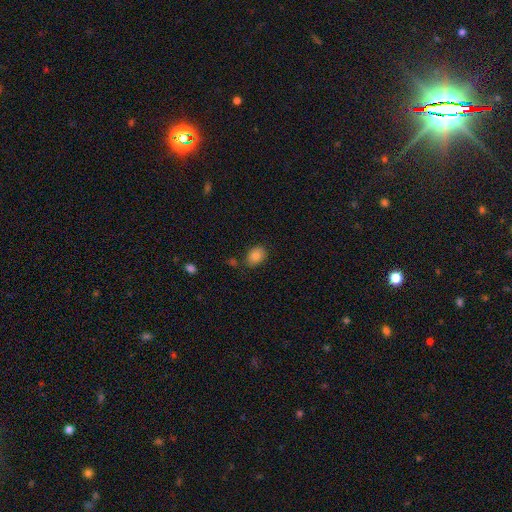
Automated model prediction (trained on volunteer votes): Overall: smooth (83%). How rounded: in between (72%). Merging: none (78%).